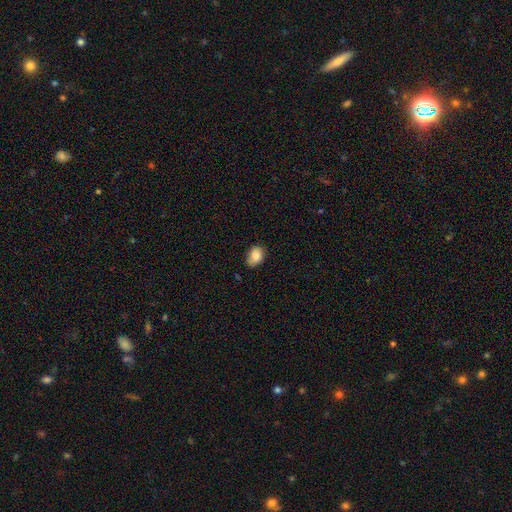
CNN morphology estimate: Overall: smooth (85%). How rounded: in between (76%). Merging: none (66%; minor disturbance 28%).